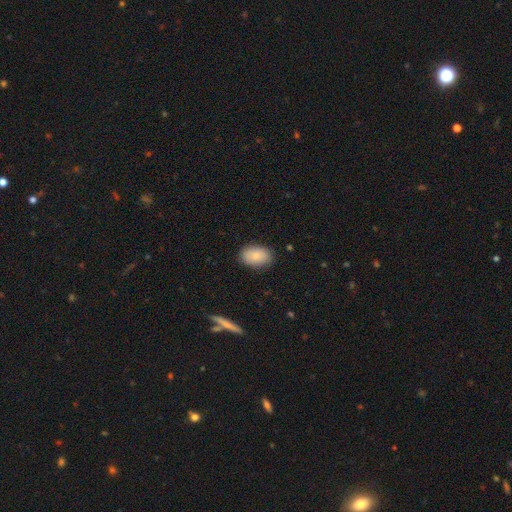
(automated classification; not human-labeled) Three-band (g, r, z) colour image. It shows a smooth galaxy with no disk features (86%) that is in between round and cigar-shaped (88%). Merging: none (86%).